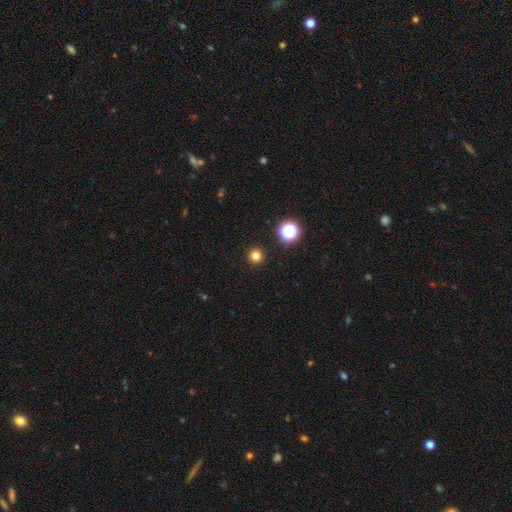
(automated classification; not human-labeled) The model was most divided on "smooth or featured": smooth: 78%, star or artifact: 17%, featured or disk: 5%. More confident: how rounded — round (96%); merging — none (93%).